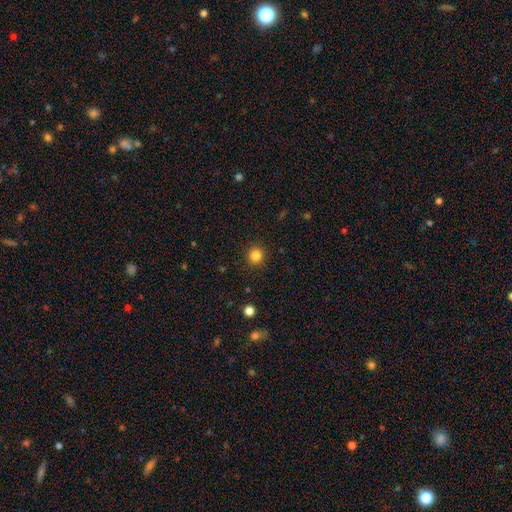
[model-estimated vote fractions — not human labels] This appears to be a smooth galaxy with no disk features (84%) that is round (92%). Merging: none (91%).